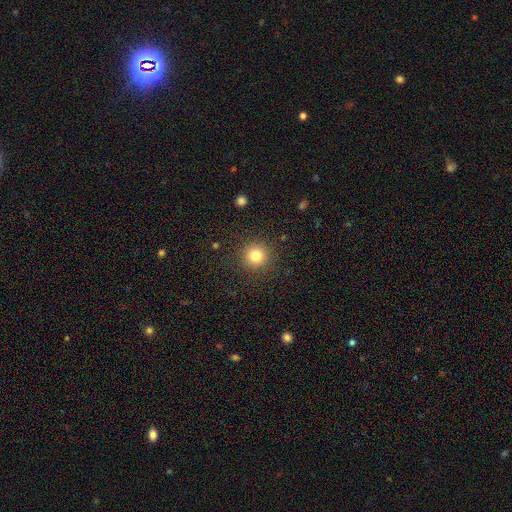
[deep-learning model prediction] This appears to be a smooth galaxy with no disk features (80%) that is round (95%). Merging: none (90%).